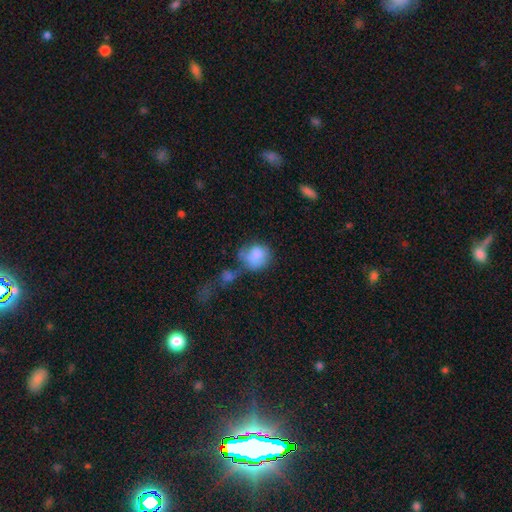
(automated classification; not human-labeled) Smooth or featured: smooth — 80% (featured or disk — 12%)
How rounded: round — 69% (in between — 30%)
Merging: none — 31% (merger — 27%)